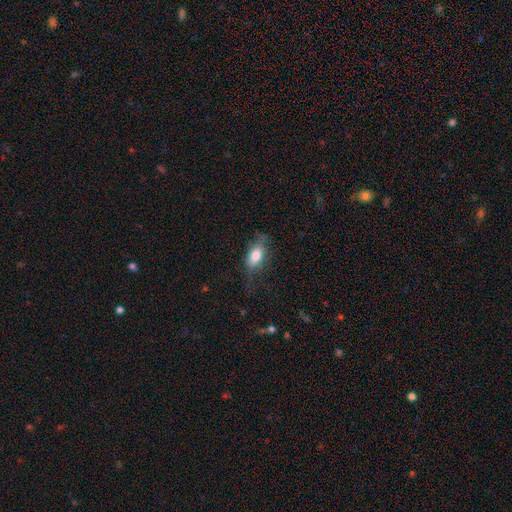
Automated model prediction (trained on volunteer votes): This is likely a smooth galaxy (77%). How rounded: clearly in between (86%). Merging: possibly none (55%).